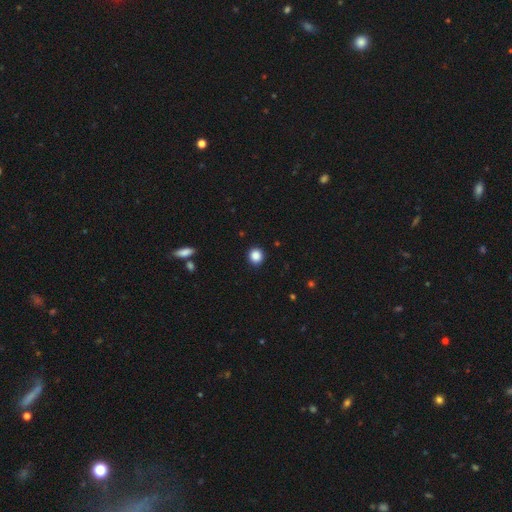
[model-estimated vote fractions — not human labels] smooth 87%, star or artifact 10%, featured or disk 3%. Down the decision tree: how rounded — round (90%); merging — none (91%).